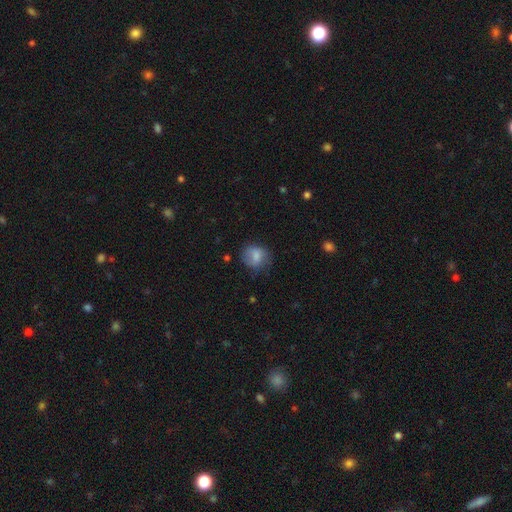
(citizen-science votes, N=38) smooth 89%, star or artifact 8%, featured or disk 3%. Down the decision tree: how rounded — round (82%); merging — none (57%).